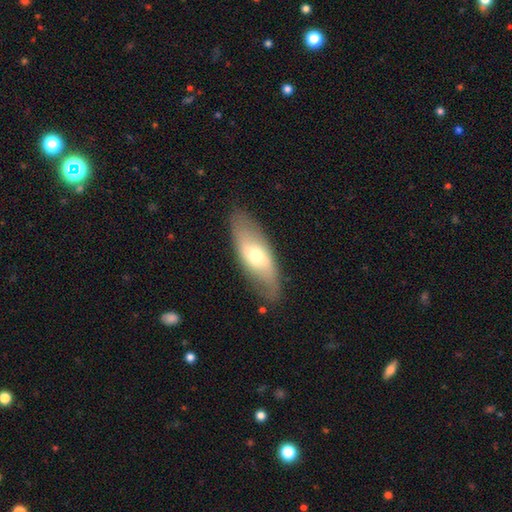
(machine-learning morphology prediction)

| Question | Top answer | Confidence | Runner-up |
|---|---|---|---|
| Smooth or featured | smooth | 48% | featured or disk (45%) |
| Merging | none | 82% | minor disturbance (13%) |